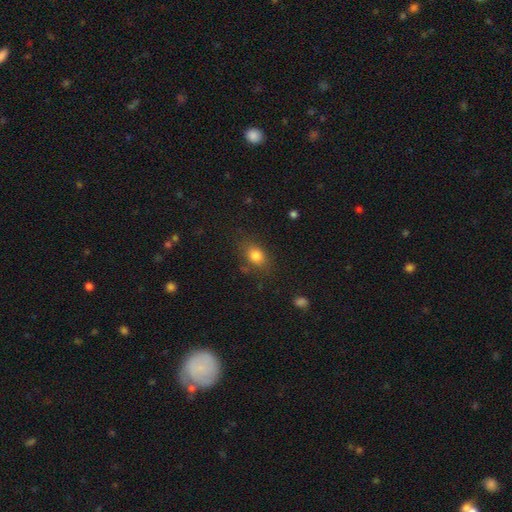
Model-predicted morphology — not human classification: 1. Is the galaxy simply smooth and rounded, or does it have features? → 81% smooth, 11% star or artifact, 8% featured or disk.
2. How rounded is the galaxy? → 69% in between, 29% round, 2% cigar-shaped.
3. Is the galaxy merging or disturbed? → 74% none, 17% minor disturbance, 6% major disturbance, 3% merger.